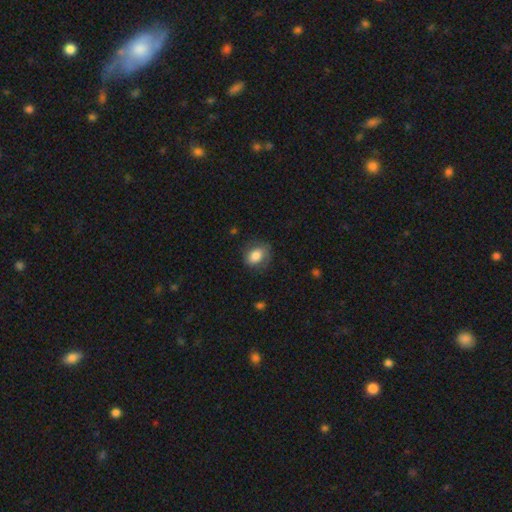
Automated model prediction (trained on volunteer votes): Q: Smooth or featured?
A: smooth (78%); runner-up: featured or disk (15%)
Q: How rounded?
A: in between (66%); runner-up: round (33%)
Q: Merging?
A: none (67%); runner-up: minor disturbance (23%)